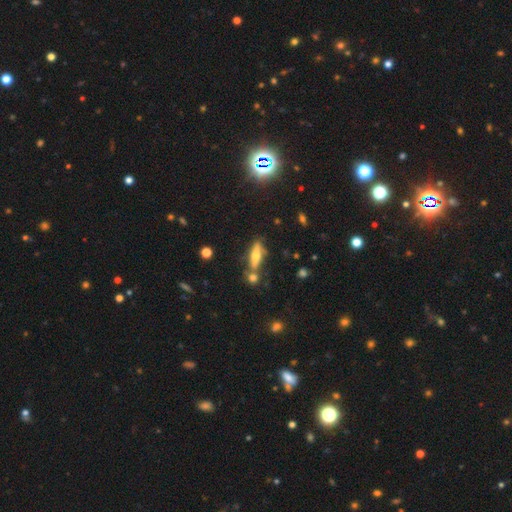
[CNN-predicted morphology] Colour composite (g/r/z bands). It shows a smooth galaxy with no disk features (56%) that is cigar-shaped (61%). Merging: none (64%).